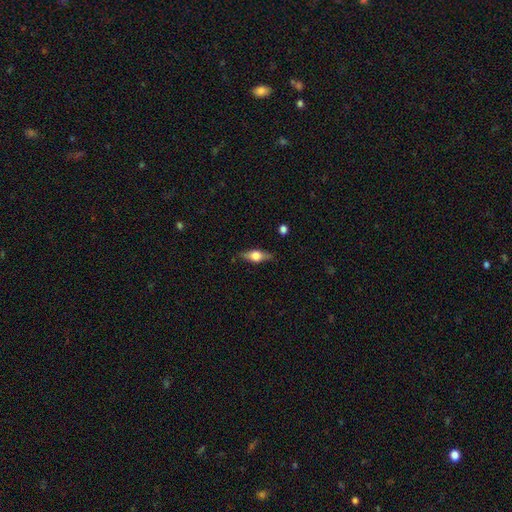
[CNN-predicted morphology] Smooth or featured? Predicted: featured or disk (p=0.52). Edge-on disk? Predicted: yes (p=0.91). Merging? Predicted: none (p=0.83).